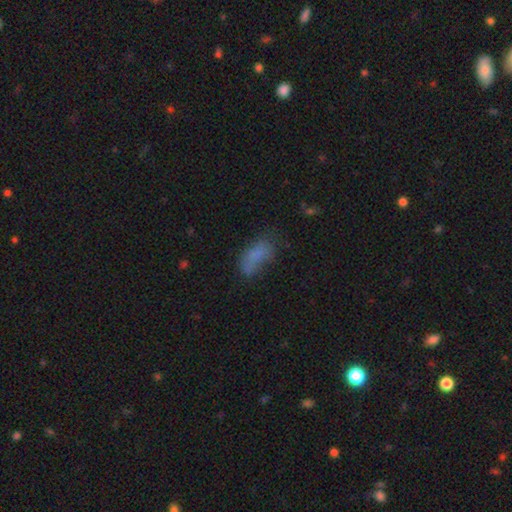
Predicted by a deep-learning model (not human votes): smooth 71%, featured or disk 16%, star or artifact 13%. Down the decision tree: how rounded — in between (84%); merging — none (42%).